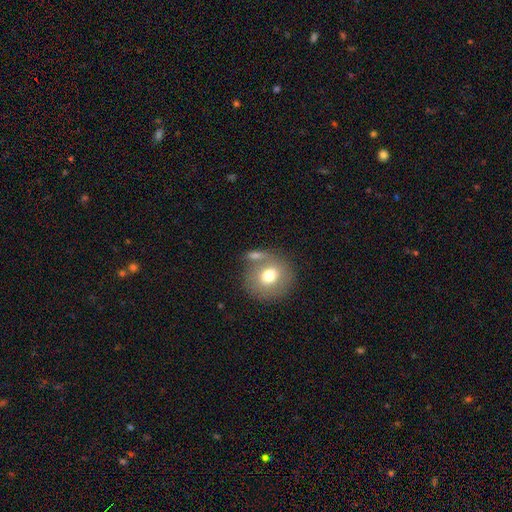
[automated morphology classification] Smooth or featured? smooth (70%)
How rounded? round (77%)
Merging? none (59%)